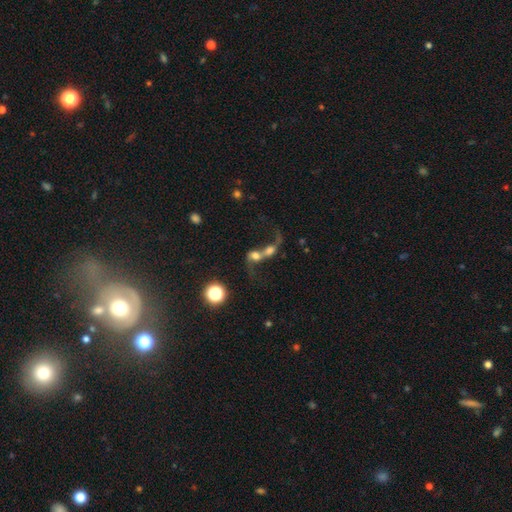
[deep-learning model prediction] Smooth or featured? smooth (45%)
Merging? merger (80%)